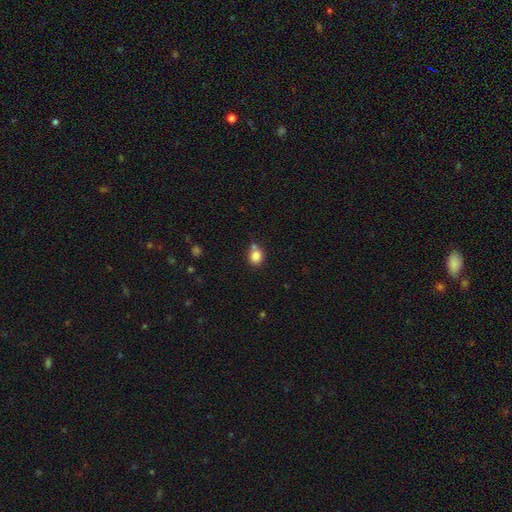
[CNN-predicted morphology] This appears to be a smooth galaxy with no disk features (83%) that is round (74%). Merging: none (63%).